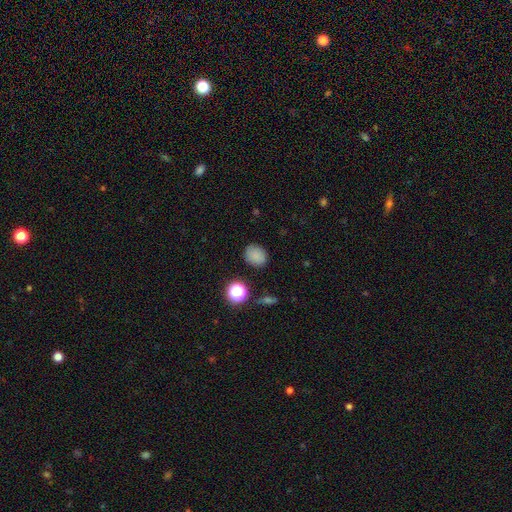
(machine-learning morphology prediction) This is clearly a smooth galaxy (81%). How rounded: possibly round (53%). Merging: clearly none (82%).